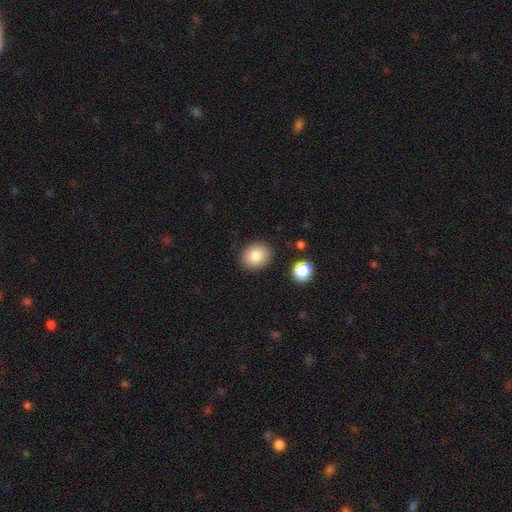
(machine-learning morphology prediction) Smooth or featured: smooth — 83% (star or artifact — 9%)
How rounded: round — 64% (in between — 35%)
Merging: none — 88% (minor disturbance — 8%)